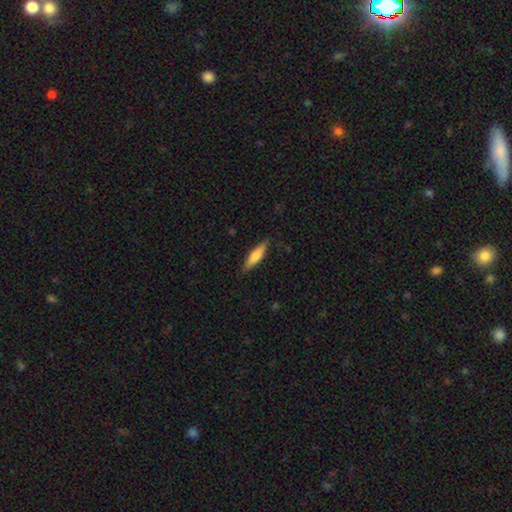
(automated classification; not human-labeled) The model was most divided on "how rounded": cigar-shaped: 71%, in between: 28%, round: 2%. More confident: merging — none (84%); smooth or featured — smooth (71%).